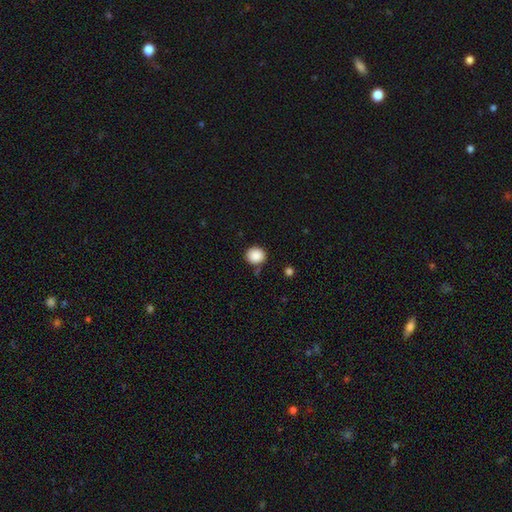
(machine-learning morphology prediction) A smooth galaxy with no disk features (88%) that is round (82%).

Vote fractions:
- Smooth or featured? smooth: 88% / star or artifact: 9% / featured or disk: 3%
- How rounded? round: 82% / in between: 17% / cigar-shaped: 1%
- Merging? none: 83% / minor disturbance: 11% / merger: 4% / major disturbance: 3%